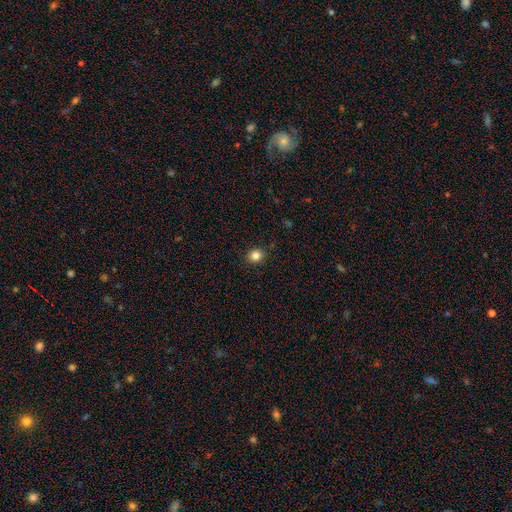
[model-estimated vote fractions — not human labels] Overall: smooth (83%). How rounded: round (78%). Merging: none (90%).